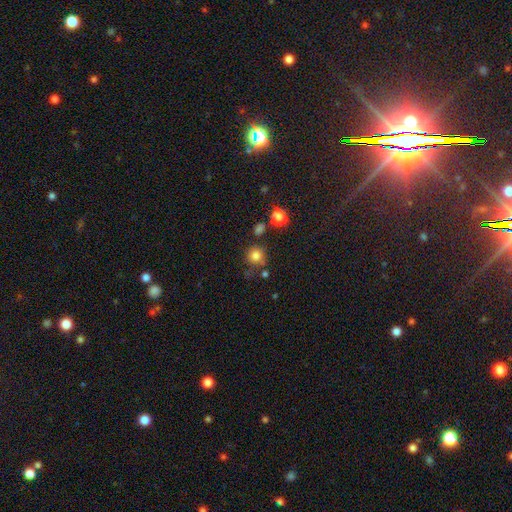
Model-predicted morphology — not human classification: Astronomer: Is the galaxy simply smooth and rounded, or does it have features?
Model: smooth — 79%.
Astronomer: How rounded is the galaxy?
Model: round — 91%.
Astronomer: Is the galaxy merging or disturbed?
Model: none — 72%.